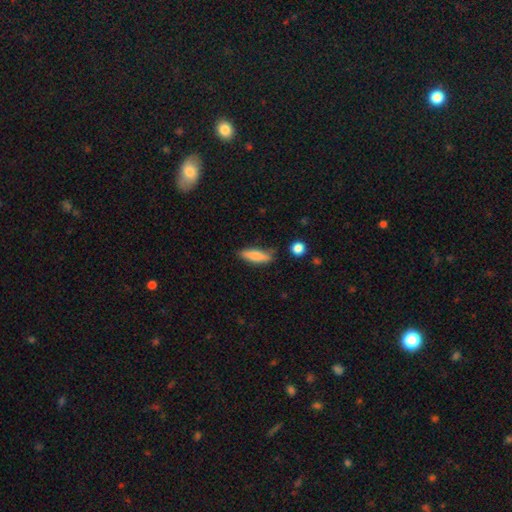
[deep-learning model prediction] A smooth galaxy with no disk features (76%) that is cigar-shaped (56%). Merging: none (73%).